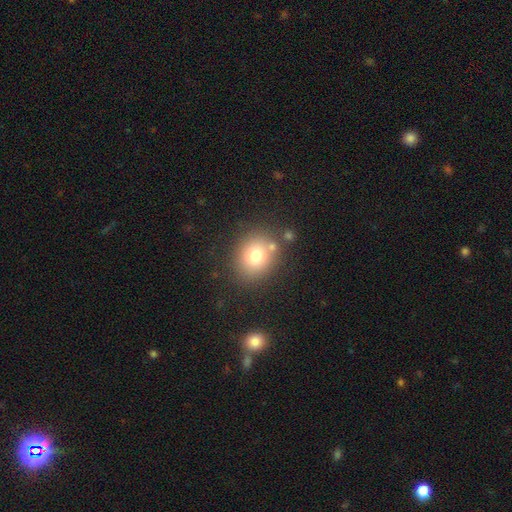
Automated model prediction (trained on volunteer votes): A smooth galaxy with no disk features (74%) that is round (68%).

Vote fractions:
- Smooth or featured? smooth: 74% / star or artifact: 13% / featured or disk: 12%
- How rounded? round: 68% / in between: 31% / cigar-shaped: 1%
- Merging? none: 76% / minor disturbance: 12% / merger: 8% / major disturbance: 4%